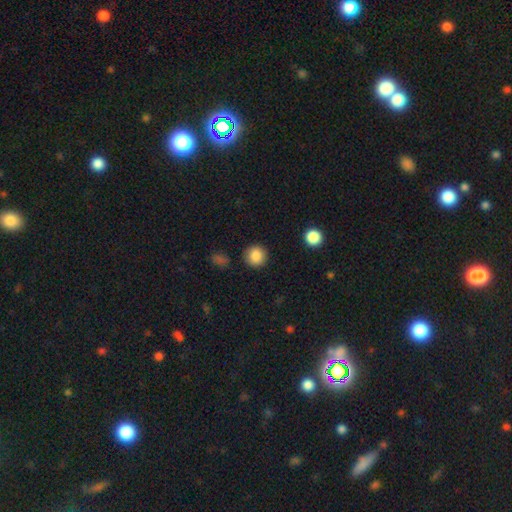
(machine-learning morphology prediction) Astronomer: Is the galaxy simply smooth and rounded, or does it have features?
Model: smooth — 87%.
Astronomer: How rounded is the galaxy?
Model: round — 93%.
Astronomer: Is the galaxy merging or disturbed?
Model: none — 91%.